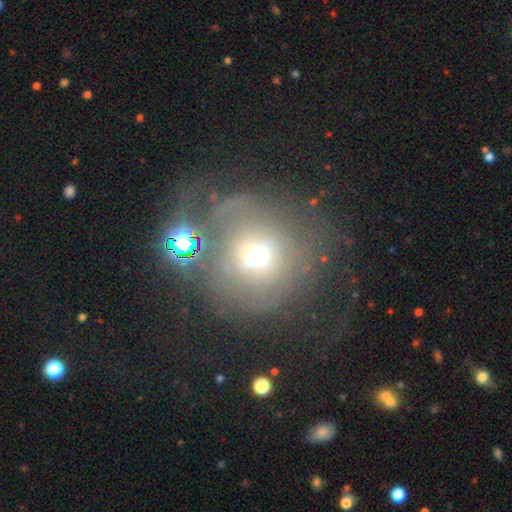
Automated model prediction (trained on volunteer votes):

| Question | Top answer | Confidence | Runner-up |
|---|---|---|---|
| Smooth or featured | smooth | 42% | featured or disk (40%) |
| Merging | major disturbance | 37% | none (35%) |